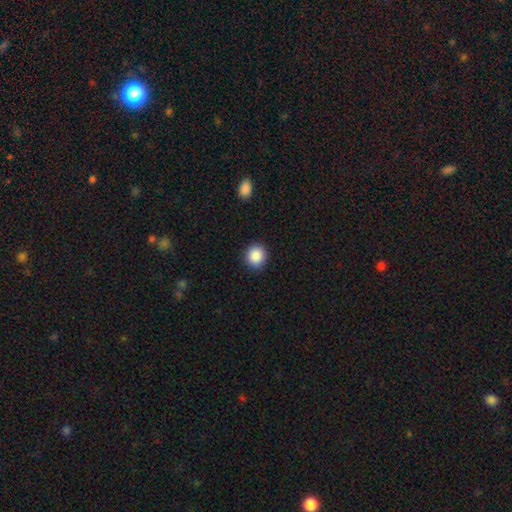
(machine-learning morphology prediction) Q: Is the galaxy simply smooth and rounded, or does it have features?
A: smooth — 89%.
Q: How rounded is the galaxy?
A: round — 86%.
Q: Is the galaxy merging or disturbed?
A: none — 90%.